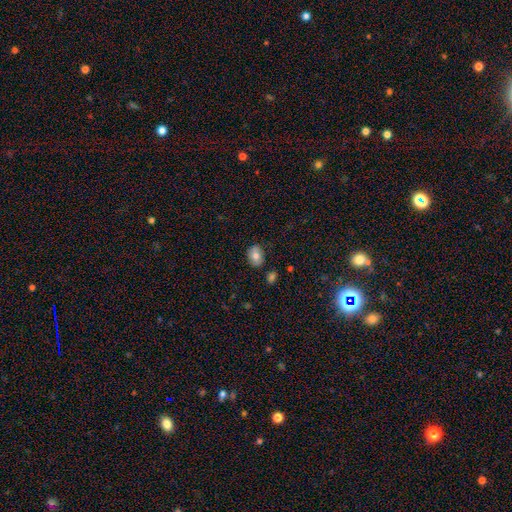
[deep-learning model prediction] smooth 76%, featured or disk 16%, star or artifact 9%. Down the decision tree: how rounded — in between (68%); merging — none (82%).